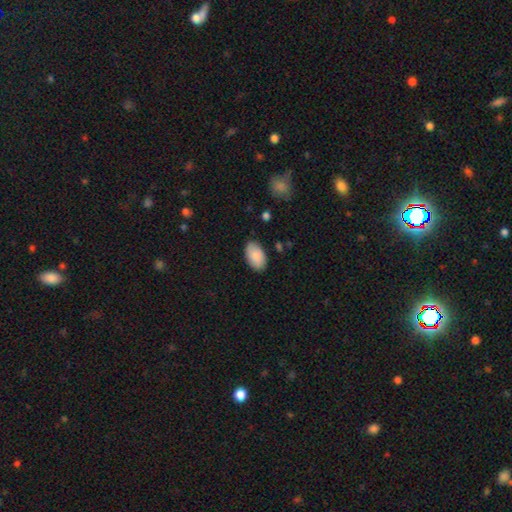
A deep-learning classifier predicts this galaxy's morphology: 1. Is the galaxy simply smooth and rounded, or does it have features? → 88% smooth, 6% star or artifact, 6% featured or disk.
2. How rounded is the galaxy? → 94% in between, 5% round, 1% cigar-shaped.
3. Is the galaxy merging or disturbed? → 84% none, 12% minor disturbance, 2% major disturbance, 1% merger.